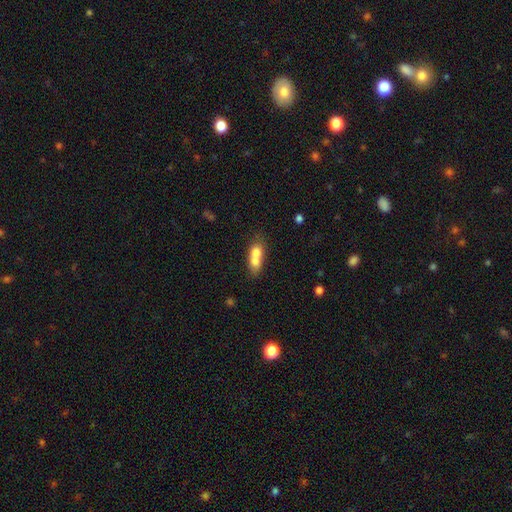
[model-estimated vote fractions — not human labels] Smooth or featured?
  - smooth: 67% *
  - featured or disk: 24%
  - star or artifact: 9%
How rounded?
  - in between: 58% *
  - round: 33%
  - cigar-shaped: 9%
Merging?
  - merger: 70% *
  - none: 20%
  - minor disturbance: 7%
  - major disturbance: 4%